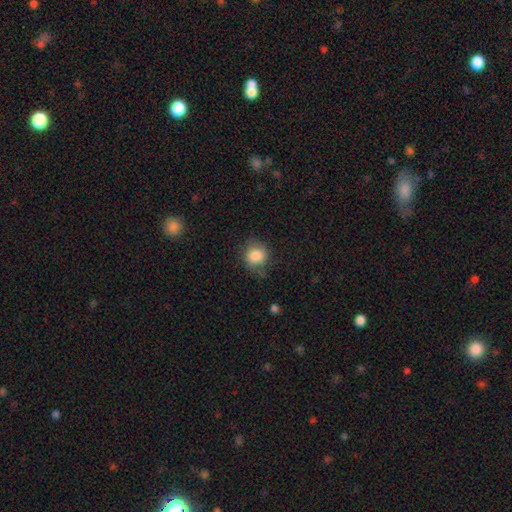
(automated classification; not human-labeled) A smooth galaxy with no disk features (84%) that is round (79%).

Vote fractions:
- Smooth or featured? smooth: 84% / star or artifact: 9% / featured or disk: 7%
- How rounded? round: 79% / in between: 20% / cigar-shaped: 1%
- Merging? none: 68% / minor disturbance: 23% / major disturbance: 7% / merger: 2%